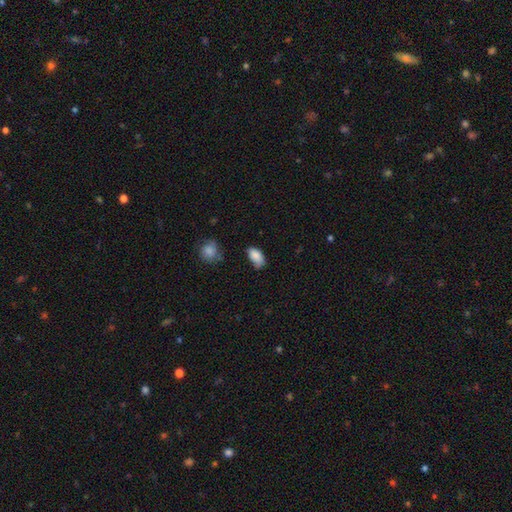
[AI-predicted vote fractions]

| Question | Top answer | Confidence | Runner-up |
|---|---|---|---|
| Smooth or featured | smooth | 86% | star or artifact (8%) |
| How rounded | in between | 93% | round (4%) |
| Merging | none | 53% | minor disturbance (36%) |